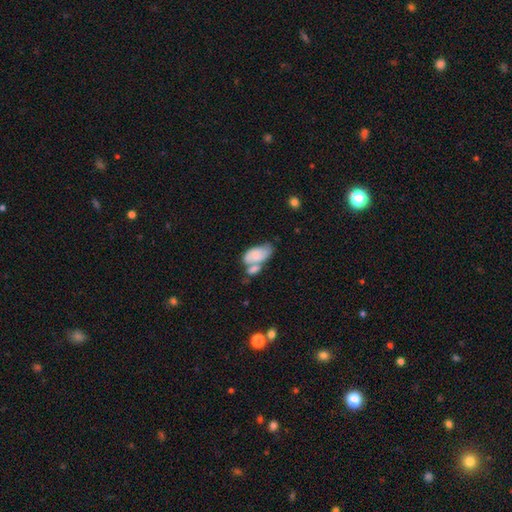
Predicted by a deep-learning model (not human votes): This is likely a smooth galaxy (68%). How rounded: clearly in between (93%). Merging: possibly merger (53%).